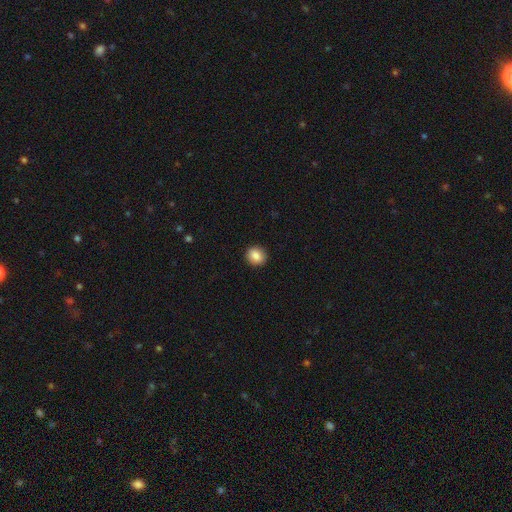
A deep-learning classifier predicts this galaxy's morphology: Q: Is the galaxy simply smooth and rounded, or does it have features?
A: smooth — 87%.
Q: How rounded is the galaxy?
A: round — 76%.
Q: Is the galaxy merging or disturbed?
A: none — 91%.